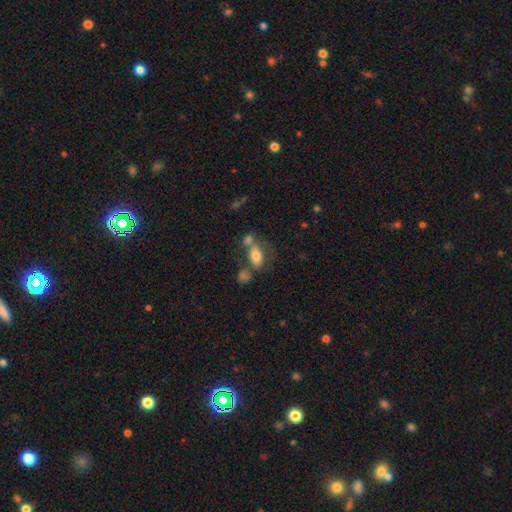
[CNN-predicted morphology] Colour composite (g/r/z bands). It shows a smooth galaxy with no disk features (68%) that is in between round and cigar-shaped (85%). Merging: merger (39%).